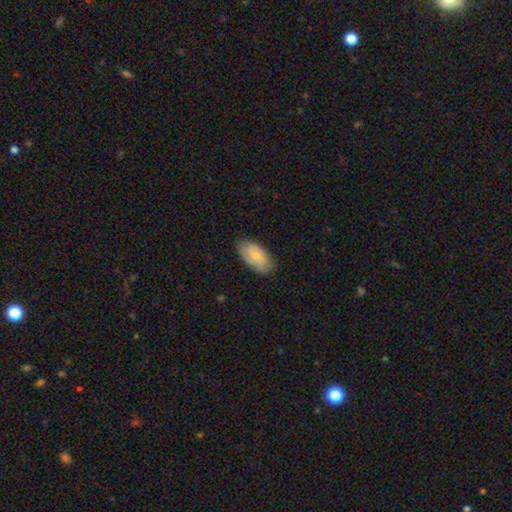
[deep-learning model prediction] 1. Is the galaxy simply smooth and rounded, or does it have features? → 69% smooth, 26% featured or disk, 6% star or artifact.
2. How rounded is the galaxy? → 94% in between, 3% round, 3% cigar-shaped.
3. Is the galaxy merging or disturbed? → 78% none, 18% minor disturbance, 3% major disturbance, 1% merger.